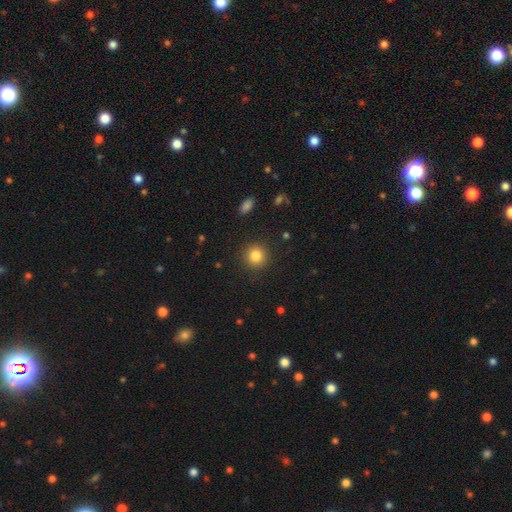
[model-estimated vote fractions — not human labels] This appears to be a smooth galaxy with no disk features (83%) that is round (93%). Merging: none (91%).